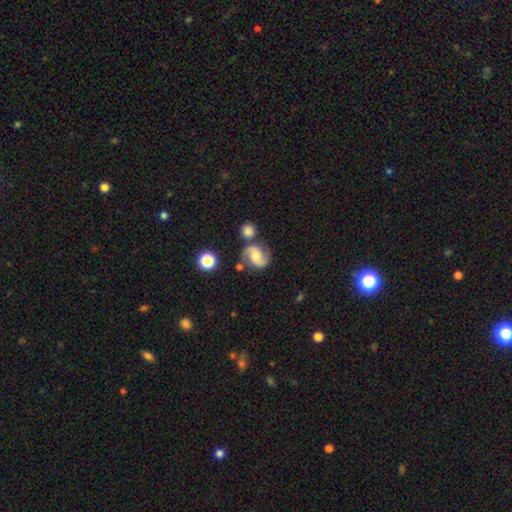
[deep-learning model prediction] Smooth or featured: featured or disk — 78% (smooth — 14%)
Edge-on disk: no — 98% (yes — 2%)
Bar: no — 50% (weak — 40%)
Spiral arms: yes — 96% (no — 4%)
Spiral winding: medium — 51% (loose — 35%)
Spiral arm count: 2 — 93% (can't tell — 3%)
Bulge size: moderate — 54% (small — 27%)
Merging: none — 65% (merger — 15%)